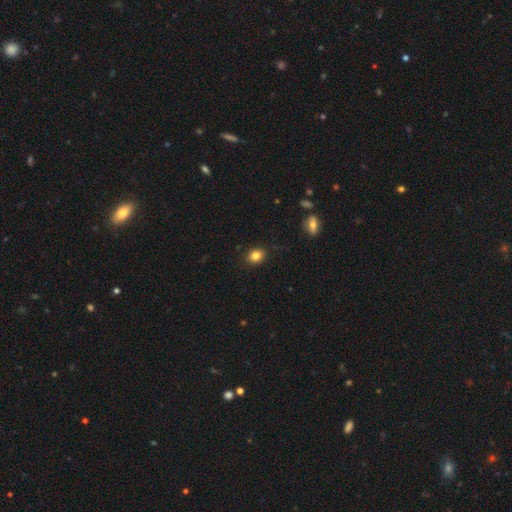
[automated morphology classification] The model was most divided on "how rounded": round: 64%, in between: 35%, cigar-shaped: 1%. More confident: merging — none (88%); smooth or featured — smooth (83%).